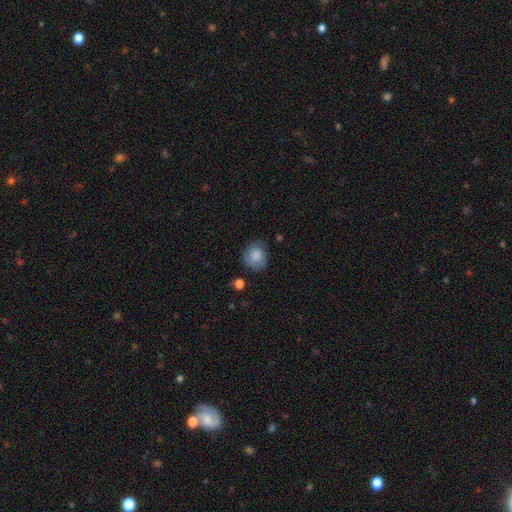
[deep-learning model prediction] Overall: smooth (77%). How rounded: round (80%). Merging: none (70%).